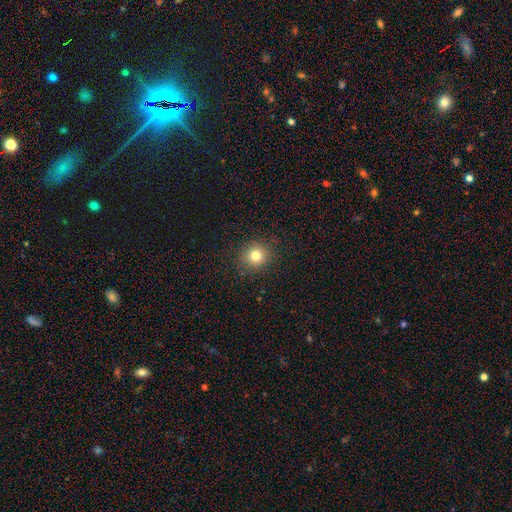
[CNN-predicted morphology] smooth_or_featured: smooth (p=0.79) [alt: star or artifact p=0.13]
how_rounded: round (p=0.89) [alt: in between p=0.10]
merging: none (p=0.90) [alt: minor disturbance p=0.06]